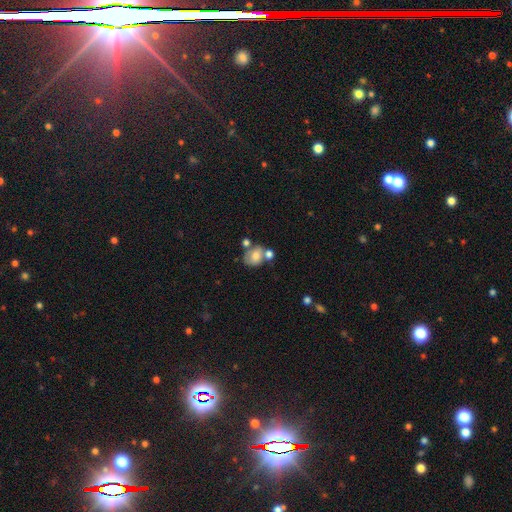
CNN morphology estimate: Q: Smooth or featured?
A: smooth (64%); runner-up: featured or disk (27%)
Q: How rounded?
A: in between (54%); runner-up: round (45%)
Q: Merging?
A: merger (37%); tied with: none (37%)